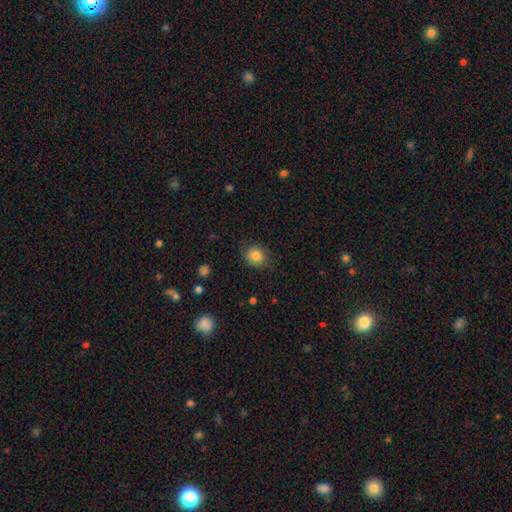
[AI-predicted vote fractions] Q: Smooth or featured?
A: smooth (82%); runner-up: star or artifact (10%)
Q: How rounded?
A: round (74%); runner-up: in between (25%)
Q: Merging?
A: none (75%); runner-up: minor disturbance (19%)